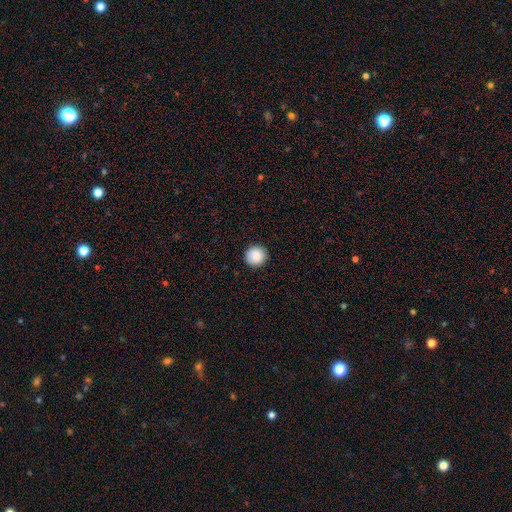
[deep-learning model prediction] Q: Smooth or featured?
A: smooth (89%); runner-up: star or artifact (8%)
Q: How rounded?
A: round (95%); runner-up: in between (4%)
Q: Merging?
A: none (92%); runner-up: minor disturbance (6%)